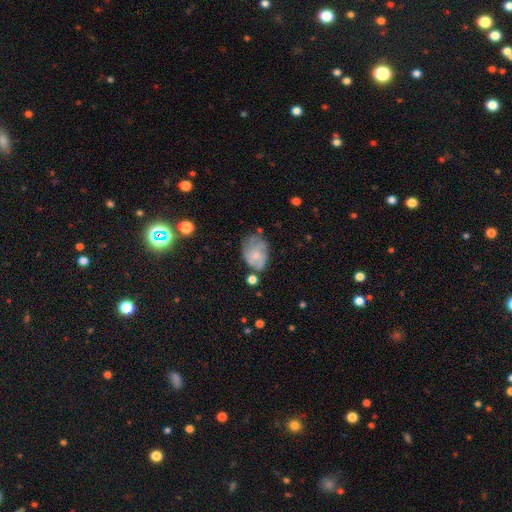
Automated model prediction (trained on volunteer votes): smooth-or-featured: smooth: 50% | featured or disk: 42% | star or artifact: 8%
  merging: none: 45% | minor disturbance: 31% | major disturbance: 17% | merger: 8%